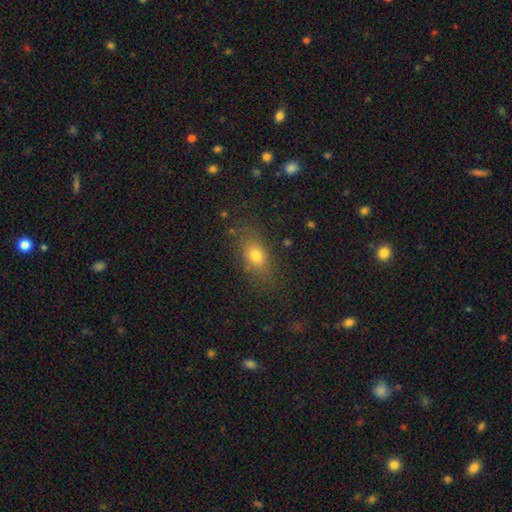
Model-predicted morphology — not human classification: Overall: smooth (74%). How rounded: in between (76%). Merging: none (79%).